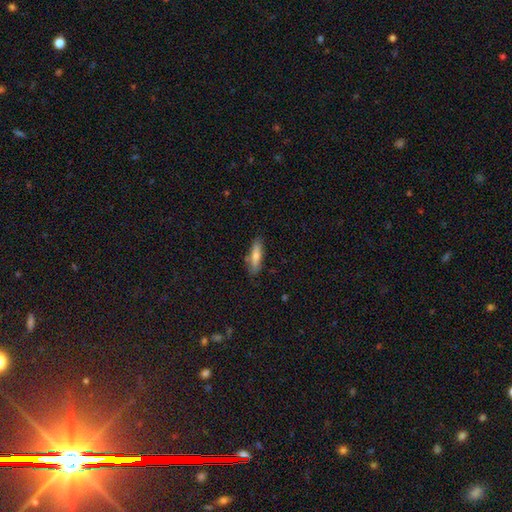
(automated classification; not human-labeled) Smooth or featured: smooth — 68% (featured or disk — 26%)
How rounded: cigar-shaped — 63% (in between — 35%)
Merging: none — 79% (minor disturbance — 15%)